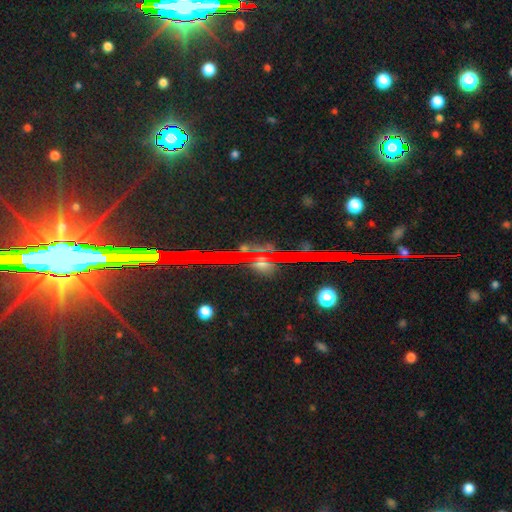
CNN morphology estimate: star or artifact 77%, featured or disk 15%, smooth 8%.